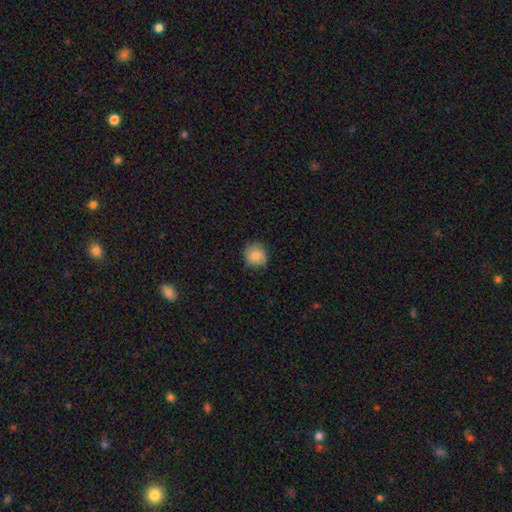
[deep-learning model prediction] Morphology: type=smooth (86%); roundness=round (90%); merging=none (86%).